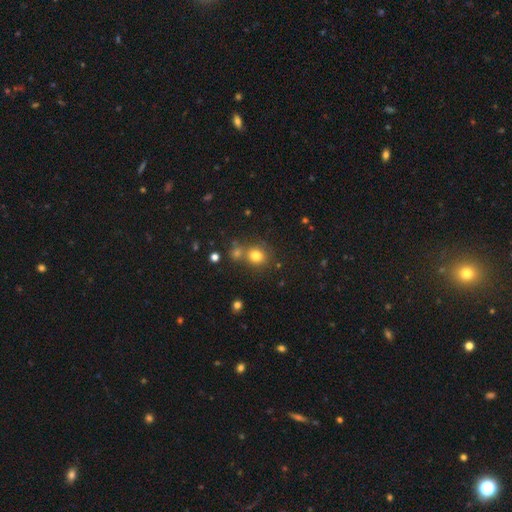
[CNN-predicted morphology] smooth_or_featured: smooth (p=0.78) [alt: star or artifact p=0.14]
how_rounded: round (p=0.81) [alt: in between p=0.18]
merging: none (p=0.64) [alt: merger p=0.22]